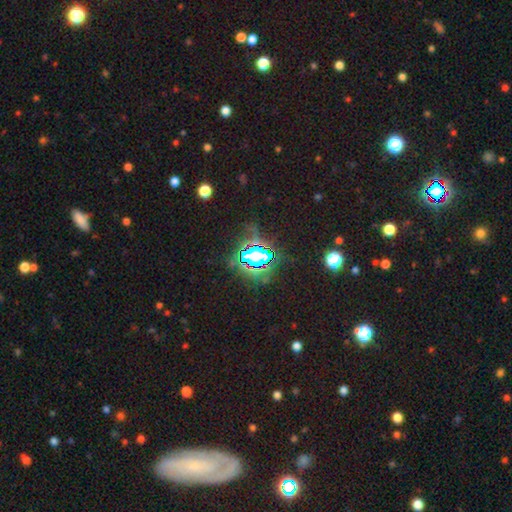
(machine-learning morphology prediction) This is likely a star or artifact rather than a galaxy (74%).